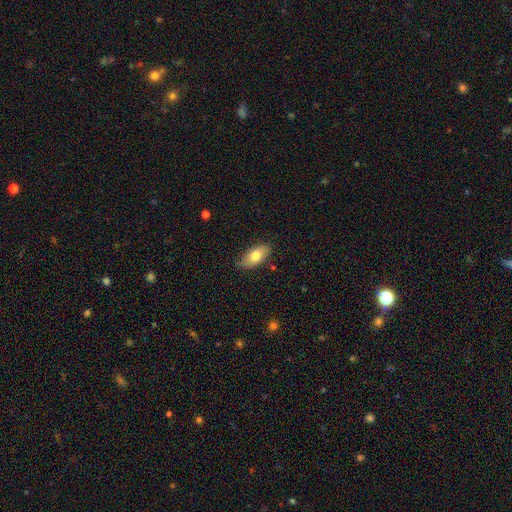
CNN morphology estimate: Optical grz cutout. It shows a smooth galaxy with no disk features (75%) that is in between round and cigar-shaped (91%). Merging: none (80%).